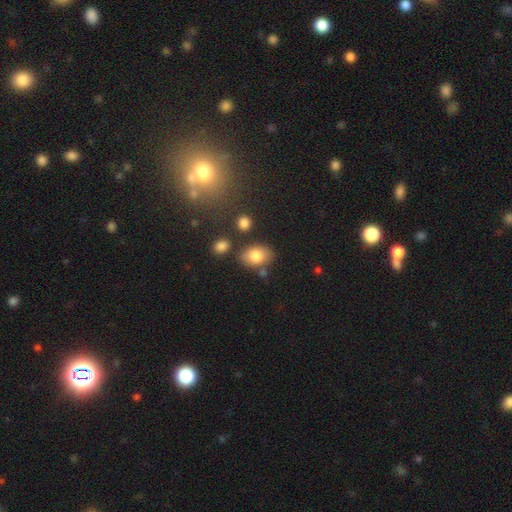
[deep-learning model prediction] A smooth galaxy with no disk features (81%) that is in between round and cigar-shaped (78%).

Vote fractions:
- Smooth or featured? smooth: 81% / featured or disk: 11% / star or artifact: 8%
- How rounded? in between: 78% / round: 21% / cigar-shaped: 1%
- Merging? none: 74% / minor disturbance: 13% / merger: 9% / major disturbance: 4%